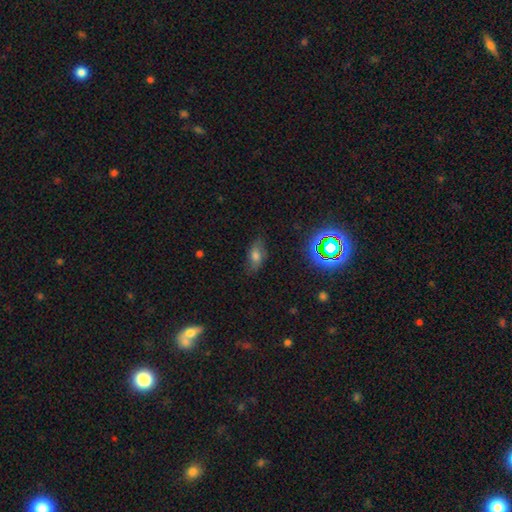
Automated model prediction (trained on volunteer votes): A smooth galaxy with no disk features (61%) that is in between round and cigar-shaped (87%). Merging: none (72%).